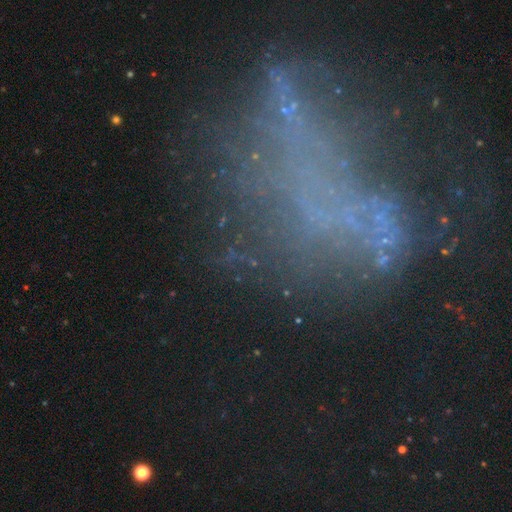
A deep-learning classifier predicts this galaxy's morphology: The model was most divided on "smooth or featured": star or artifact: 46%, featured or disk: 34%, smooth: 20%.